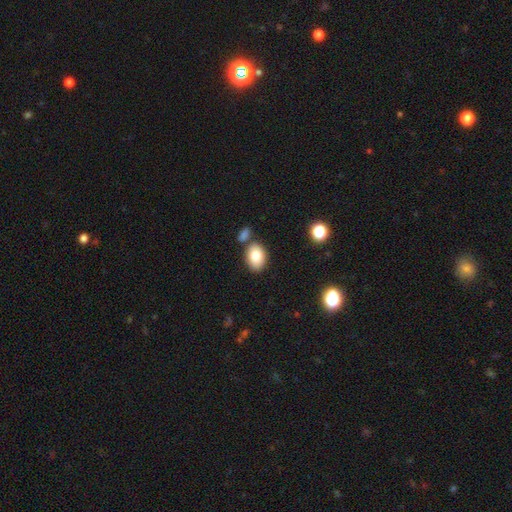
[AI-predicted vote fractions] This is clearly a smooth galaxy (82%). How rounded: clearly in between (84%). Merging: likely none (72%).